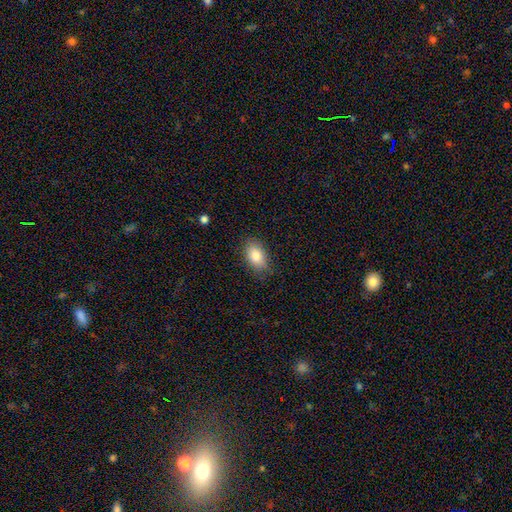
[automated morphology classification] This appears to be a smooth galaxy with no disk features (85%) that is in between round and cigar-shaped (90%). Merging: none (82%).